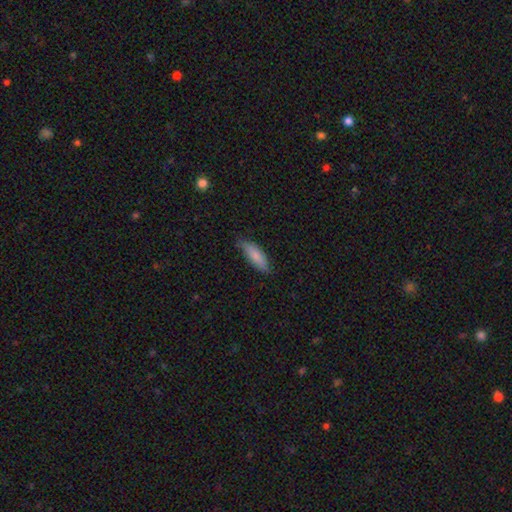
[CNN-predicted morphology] Q: Smooth or featured?
A: smooth (81%); runner-up: featured or disk (13%)
Q: How rounded?
A: in between (56%); runner-up: cigar-shaped (42%)
Q: Merging?
A: none (74%); runner-up: minor disturbance (22%)